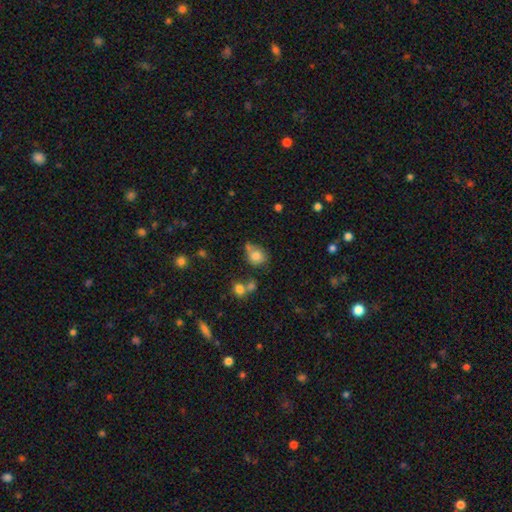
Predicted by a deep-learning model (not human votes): The model was most divided on "merging": none: 48%, minor disturbance: 26%, merger: 17%, major disturbance: 9%. More confident: smooth or featured — smooth (80%); how rounded — round (64%).